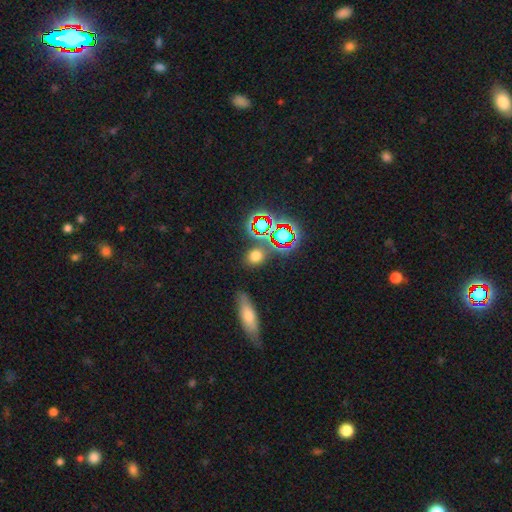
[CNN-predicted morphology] smooth_or_featured: smooth (p=0.65) [alt: star or artifact p=0.27]
how_rounded: round (p=0.61) [alt: in between p=0.35]
merging: none (p=0.79) [alt: minor disturbance p=0.11]